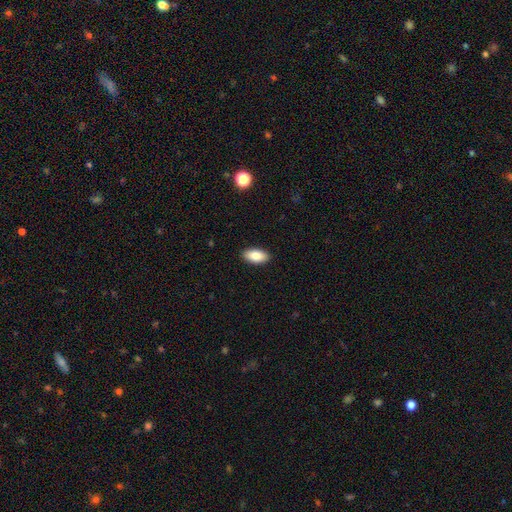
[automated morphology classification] Overall: smooth (86%). How rounded: in between (92%). Merging: none (90%).